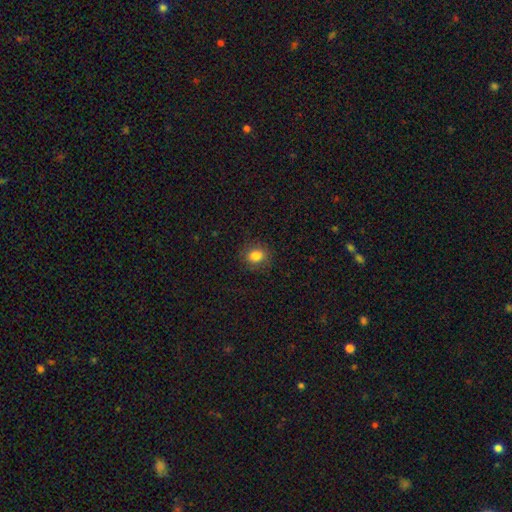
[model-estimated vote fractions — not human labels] Smooth or featured? smooth (83%)
How rounded? round (62%)
Merging? none (86%)